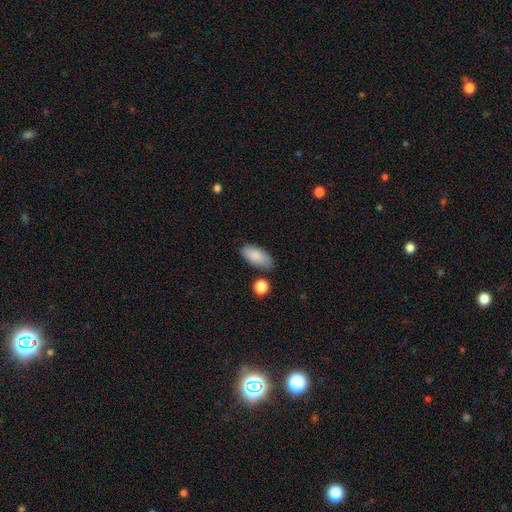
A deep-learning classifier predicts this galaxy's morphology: This appears to be a smooth galaxy with no disk features (87%) that is in between round and cigar-shaped (90%). Merging: none (77%).